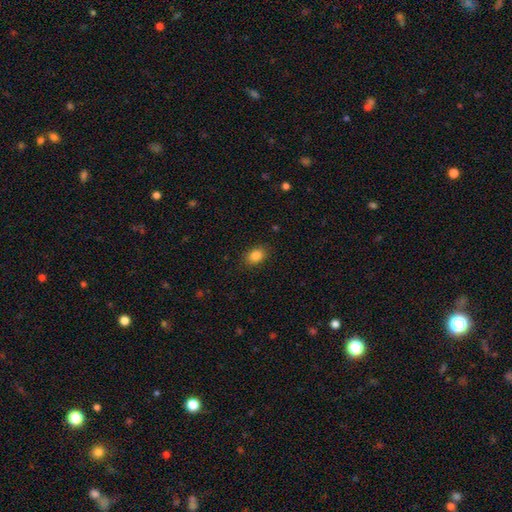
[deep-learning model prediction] Overall: smooth (85%). How rounded: in between (76%). Merging: none (87%).